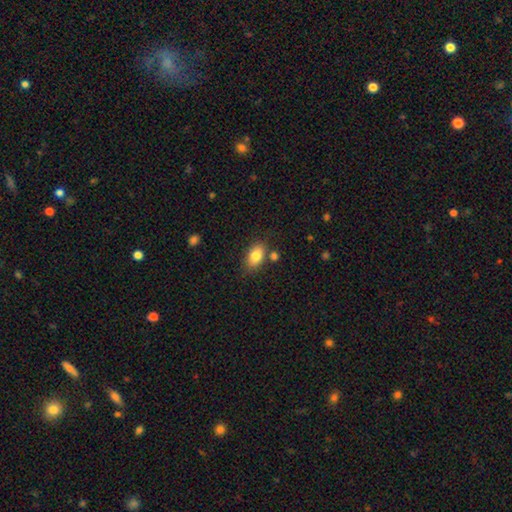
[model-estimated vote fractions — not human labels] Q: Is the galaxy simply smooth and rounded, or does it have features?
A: smooth — 82%.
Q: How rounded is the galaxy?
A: in between — 89%.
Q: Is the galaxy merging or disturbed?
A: none — 73%.